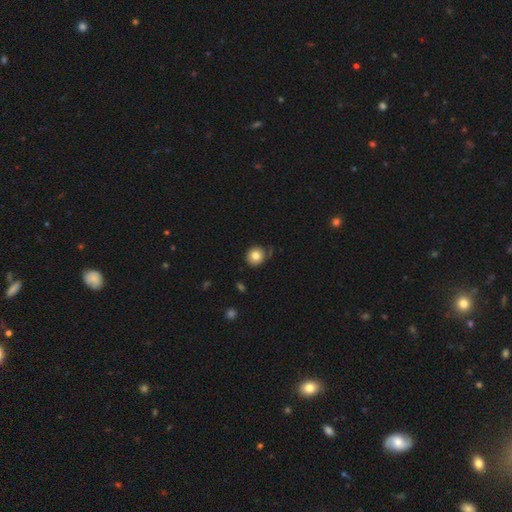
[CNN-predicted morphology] Smooth or featured? Predicted: smooth (p=0.80). How rounded? Predicted: round (p=0.89). Merging? Predicted: none (p=0.80).